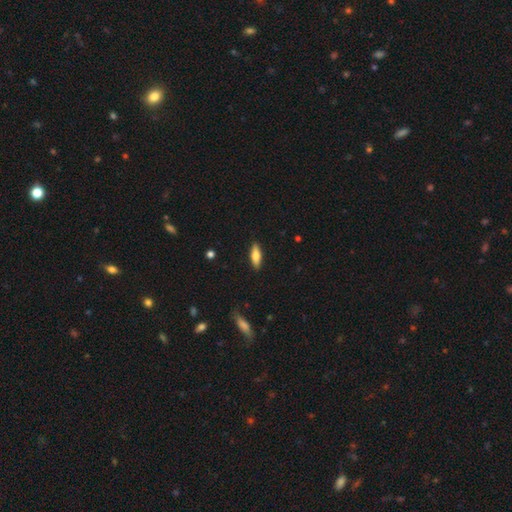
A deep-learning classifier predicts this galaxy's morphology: Smooth or featured: smooth — 69% (featured or disk — 25%)
How rounded: in between — 55% (cigar-shaped — 43%)
Merging: none — 88% (minor disturbance — 9%)